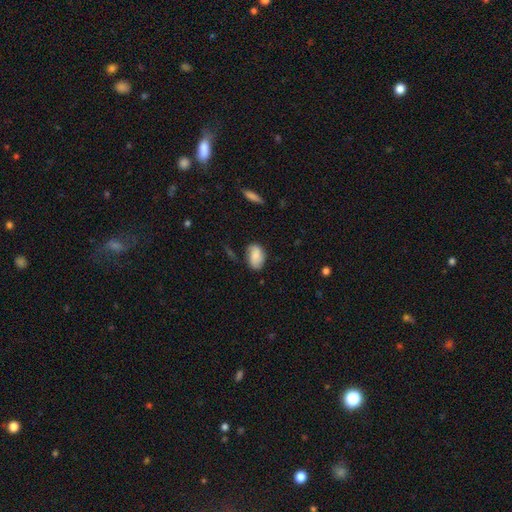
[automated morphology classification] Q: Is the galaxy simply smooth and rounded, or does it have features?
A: smooth — 73%.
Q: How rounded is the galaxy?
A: in between — 87%.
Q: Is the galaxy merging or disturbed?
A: none — 69%.